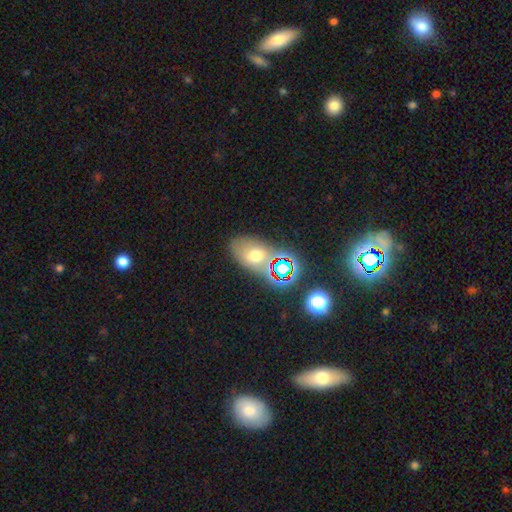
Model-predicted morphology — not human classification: A smooth galaxy with no disk features (57%) that is in between round and cigar-shaped (82%). Merging: none (66%).